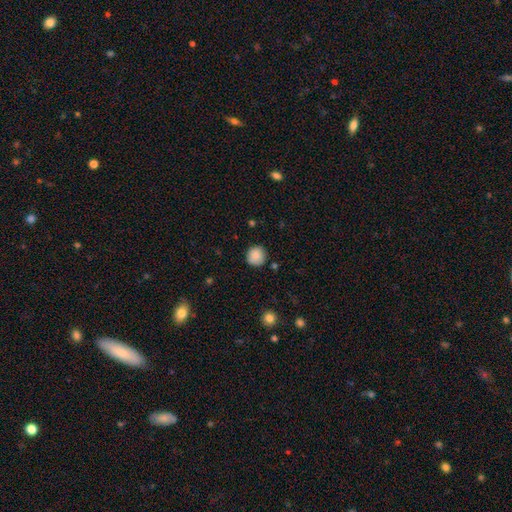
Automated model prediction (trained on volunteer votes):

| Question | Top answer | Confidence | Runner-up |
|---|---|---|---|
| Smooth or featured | smooth | 87% | star or artifact (9%) |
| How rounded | round | 93% | in between (6%) |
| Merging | none | 86% | minor disturbance (10%) |